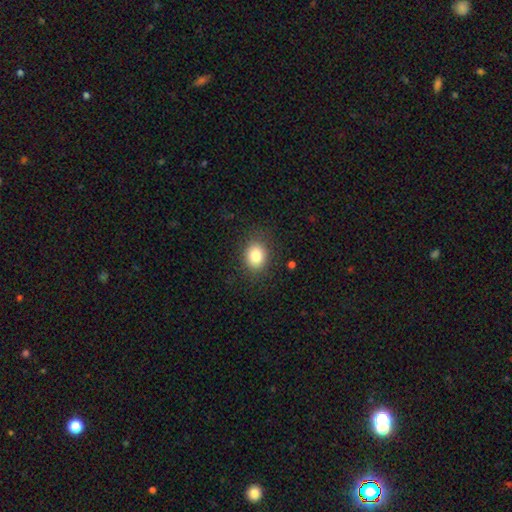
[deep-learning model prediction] A smooth galaxy with no disk features (83%) that is round (54%). Merging: none (84%).